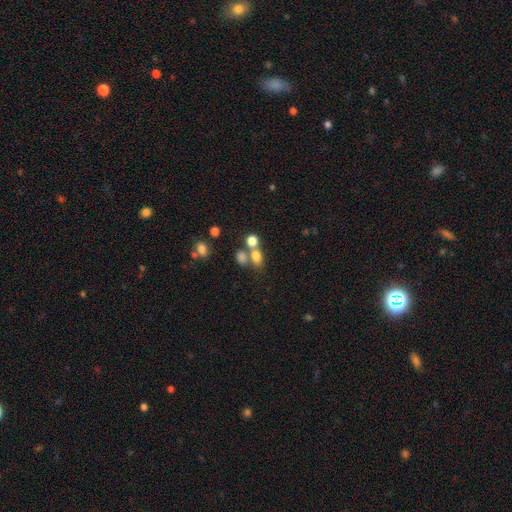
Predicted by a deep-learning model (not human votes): A smooth galaxy with no disk features (74%) that is in between round and cigar-shaped (61%). Merging: none (43%).